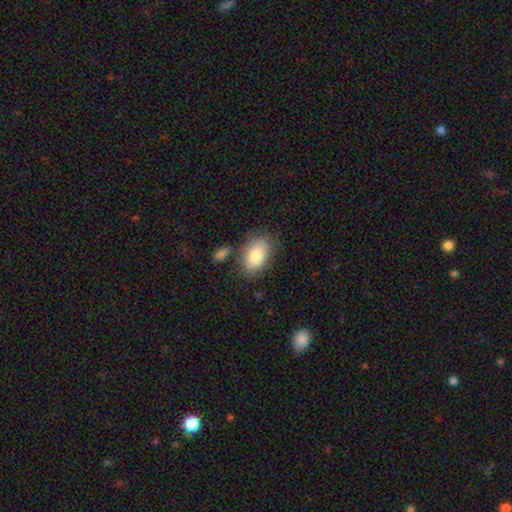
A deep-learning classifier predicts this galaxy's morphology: This is clearly a smooth galaxy (83%). How rounded: clearly in between (92%). Merging: likely none (74%).